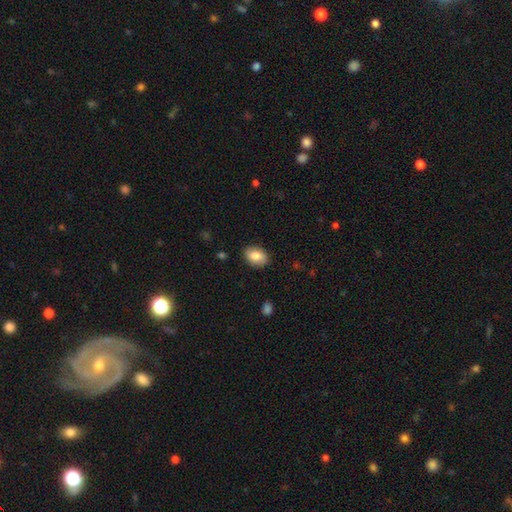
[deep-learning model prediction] The model was most divided on "how rounded": in between: 83%, round: 16%, cigar-shaped: 1%. More confident: merging — none (87%); smooth or featured — smooth (83%).